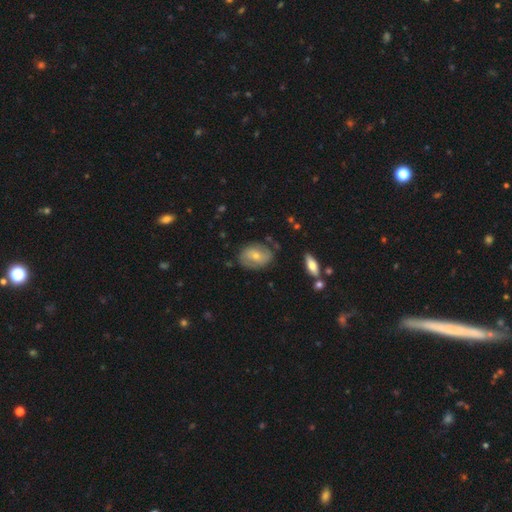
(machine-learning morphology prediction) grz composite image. It shows a smooth galaxy with no disk features (47%). Merging: none (74%).